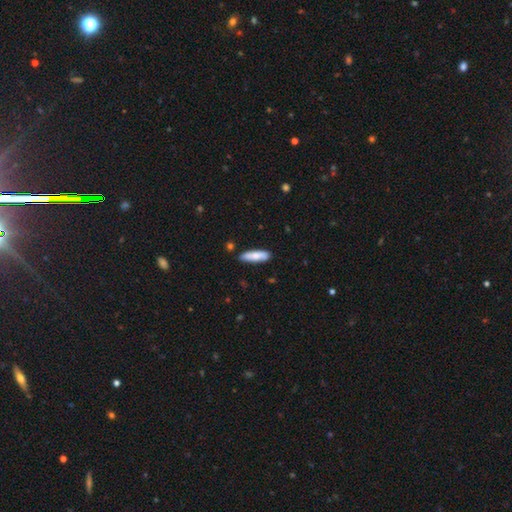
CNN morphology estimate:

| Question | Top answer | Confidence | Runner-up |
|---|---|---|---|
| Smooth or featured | smooth | 79% | featured or disk (15%) |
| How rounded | cigar-shaped | 63% | in between (36%) |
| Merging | none | 82% | minor disturbance (13%) |